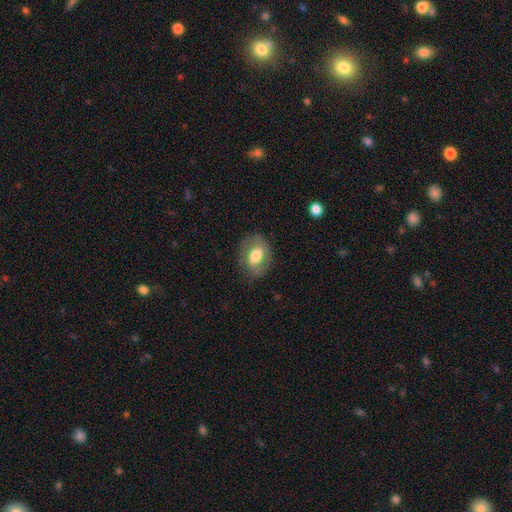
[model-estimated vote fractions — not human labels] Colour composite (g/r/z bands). It shows a smooth galaxy with no disk features (56%) that is in between round and cigar-shaped (72%). Merging: none (74%).